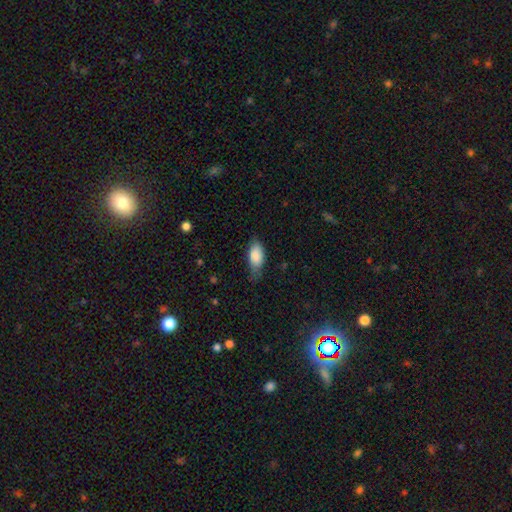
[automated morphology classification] smooth 86%, featured or disk 8%, star or artifact 6%. Down the decision tree: how rounded — in between (89%); merging — none (58%).